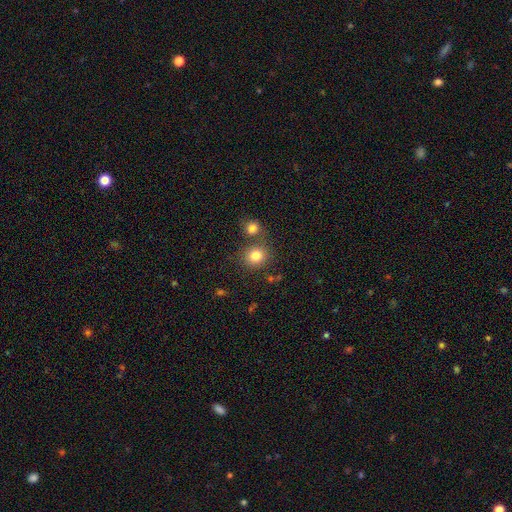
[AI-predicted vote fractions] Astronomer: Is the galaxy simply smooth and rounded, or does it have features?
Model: smooth — 82%.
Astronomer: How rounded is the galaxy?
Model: round — 82%.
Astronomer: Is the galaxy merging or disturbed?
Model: none — 70%.